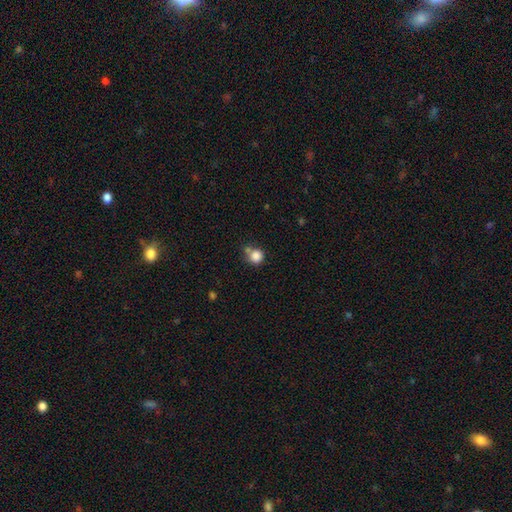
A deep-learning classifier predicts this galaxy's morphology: This is clearly a smooth galaxy (85%). How rounded: clearly round (89%). Merging: possibly none (59%).